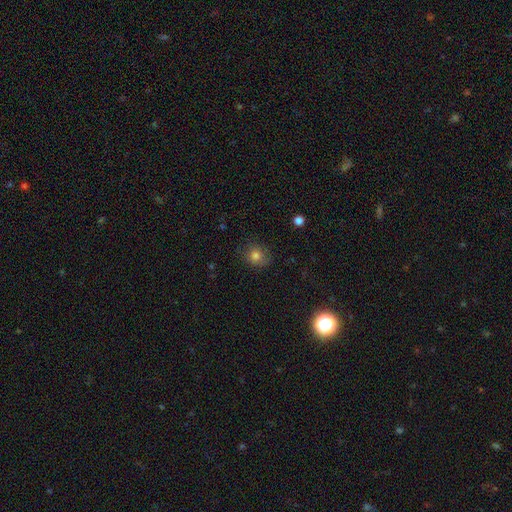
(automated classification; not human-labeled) A smooth galaxy with no disk features (79%) that is round (77%).

Vote fractions:
- Smooth or featured? smooth: 79% / star or artifact: 12% / featured or disk: 8%
- How rounded? round: 77% / in between: 22% / cigar-shaped: 1%
- Merging? none: 77% / minor disturbance: 17% / major disturbance: 5% / merger: 1%